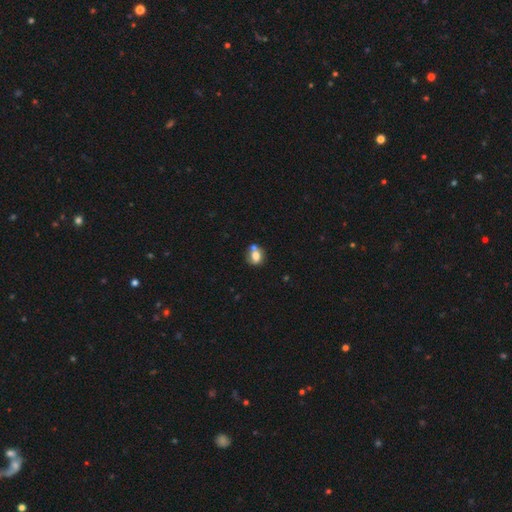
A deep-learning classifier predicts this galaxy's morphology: smooth-or-featured: smooth: 71% | featured or disk: 20% | star or artifact: 10%
  how-rounded: round: 59% | in between: 40% | cigar-shaped: 1%
  merging: none: 50% | merger: 28% | minor disturbance: 17% | major disturbance: 5%